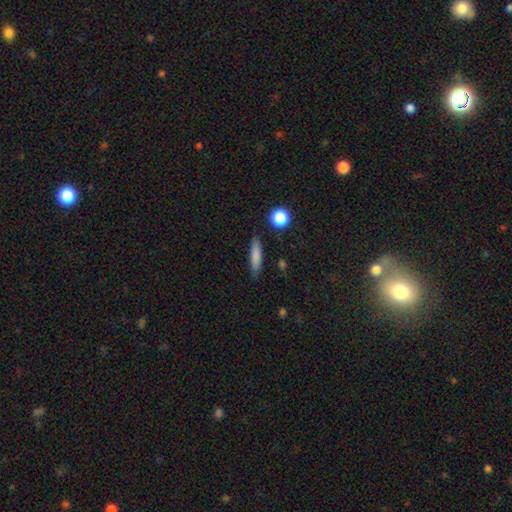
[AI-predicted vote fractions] smooth-or-featured: smooth: 78% | featured or disk: 13% | star or artifact: 9%
  how-rounded: cigar-shaped: 78% | in between: 19% | round: 3%
  merging: none: 84% | minor disturbance: 11% | major disturbance: 3% | merger: 2%